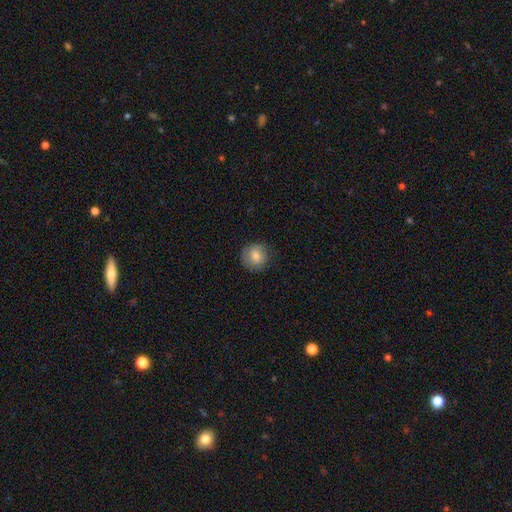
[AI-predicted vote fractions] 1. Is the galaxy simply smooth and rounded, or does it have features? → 76% smooth, 16% featured or disk, 8% star or artifact.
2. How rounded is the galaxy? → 89% round, 10% in between, 1% cigar-shaped.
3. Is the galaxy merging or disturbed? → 80% none, 15% minor disturbance, 4% major disturbance, 1% merger.